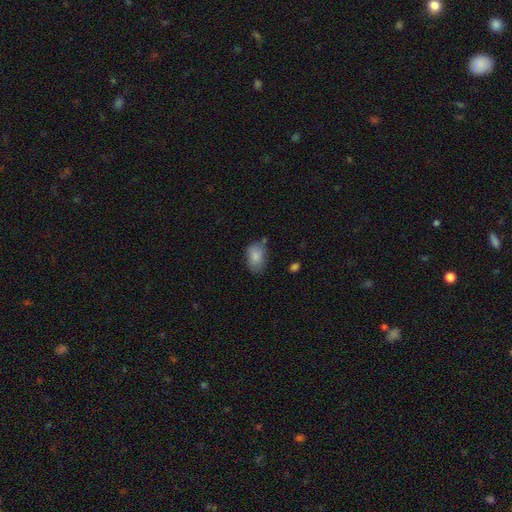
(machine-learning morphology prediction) A smooth galaxy with no disk features (84%) that is in between round and cigar-shaped (85%). Merging: none (63%).